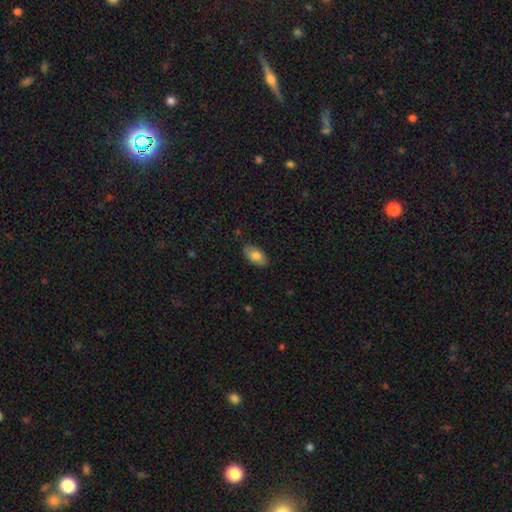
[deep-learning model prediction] smooth_or_featured: smooth (p=0.80) [alt: featured or disk p=0.13]
how_rounded: in between (p=0.93) [alt: cigar-shaped p=0.04]
merging: none (p=0.85) [alt: minor disturbance p=0.12]